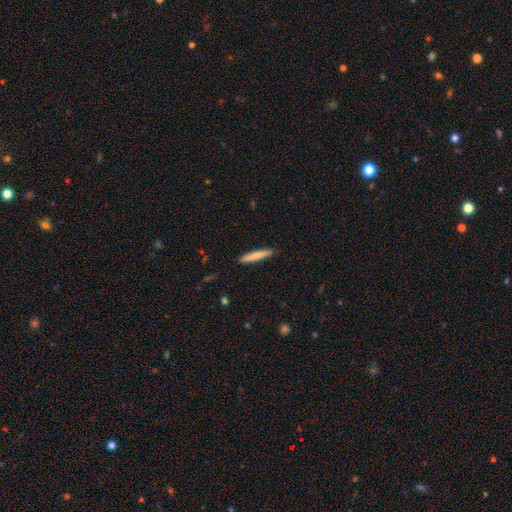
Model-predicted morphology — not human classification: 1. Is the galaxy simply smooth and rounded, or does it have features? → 80% smooth, 15% featured or disk, 5% star or artifact.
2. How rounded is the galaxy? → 93% cigar-shaped, 6% in between, 1% round.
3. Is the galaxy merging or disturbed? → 91% none, 7% minor disturbance, 1% major disturbance, 1% merger.